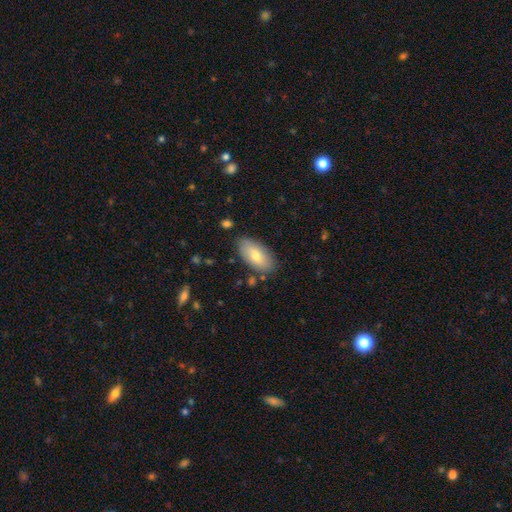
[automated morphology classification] A smooth galaxy with no disk features (75%) that is in between round and cigar-shaped (92%).

Vote fractions:
- Smooth or featured? smooth: 75% / featured or disk: 18% / star or artifact: 6%
- How rounded? in between: 92% / cigar-shaped: 5% / round: 3%
- Merging? none: 82% / minor disturbance: 13% / major disturbance: 3% / merger: 2%